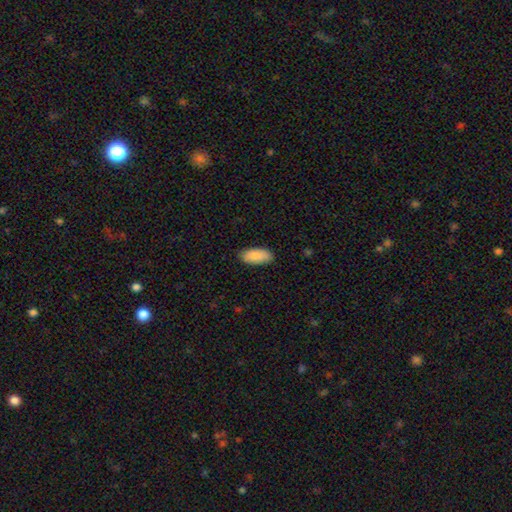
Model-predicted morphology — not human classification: smooth_or_featured: smooth (p=0.88) [alt: featured or disk p=0.06]
how_rounded: in between (p=0.89) [alt: cigar-shaped p=0.09]
merging: none (p=0.86) [alt: minor disturbance p=0.11]